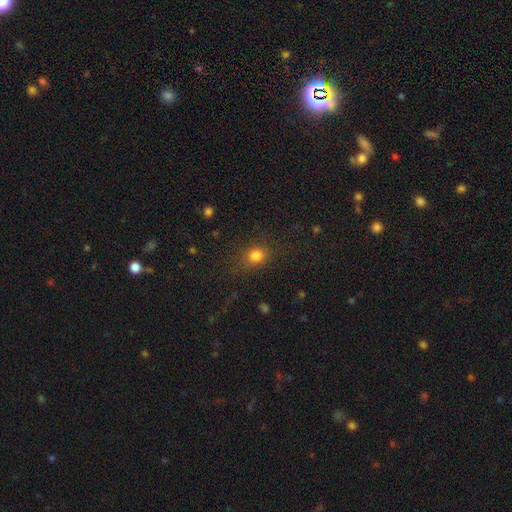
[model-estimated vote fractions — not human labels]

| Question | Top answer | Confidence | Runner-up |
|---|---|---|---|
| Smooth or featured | smooth | 80% | star or artifact (14%) |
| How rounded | round | 59% | in between (40%) |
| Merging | none | 78% | minor disturbance (13%) |